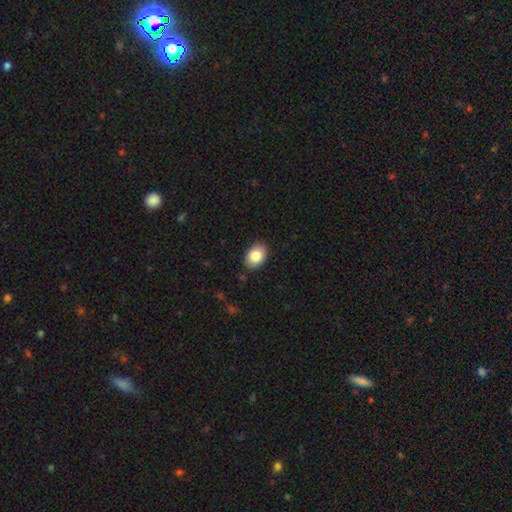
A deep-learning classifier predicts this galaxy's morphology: Q: Smooth or featured?
A: smooth (84%); runner-up: featured or disk (8%)
Q: How rounded?
A: in between (79%); runner-up: round (20%)
Q: Merging?
A: none (88%); runner-up: minor disturbance (9%)